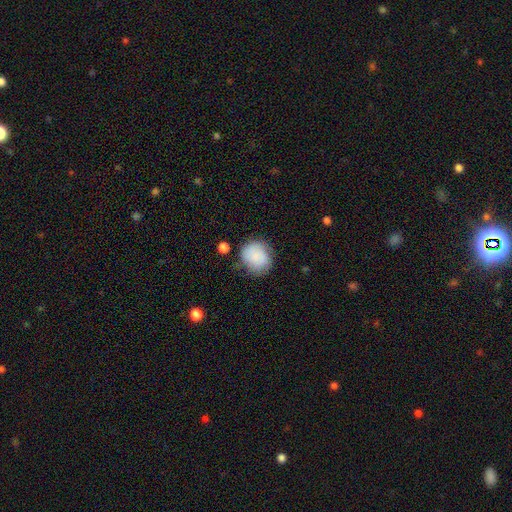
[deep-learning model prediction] This is clearly a smooth galaxy (81%). How rounded: likely round (75%). Merging: likely none (65%).